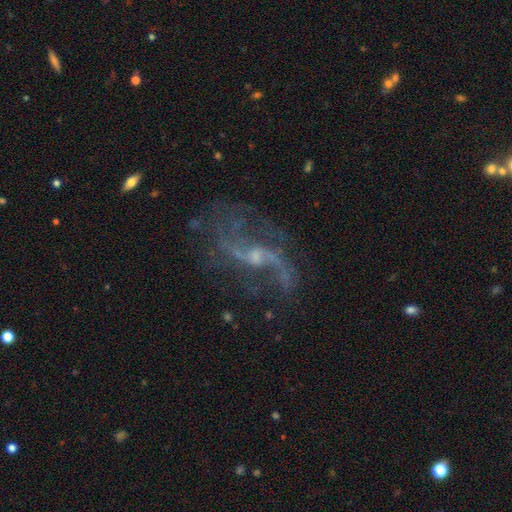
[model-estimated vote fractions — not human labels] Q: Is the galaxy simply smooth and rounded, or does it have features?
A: featured or disk — 87%.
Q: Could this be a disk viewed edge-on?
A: no — 95%.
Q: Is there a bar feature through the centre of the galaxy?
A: weak — 45%.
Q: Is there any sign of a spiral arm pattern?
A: yes — 91%.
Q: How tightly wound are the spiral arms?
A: loose — 83%.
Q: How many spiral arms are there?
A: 2 — 83%.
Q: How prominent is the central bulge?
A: small — 62%.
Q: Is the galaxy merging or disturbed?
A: none — 59%.